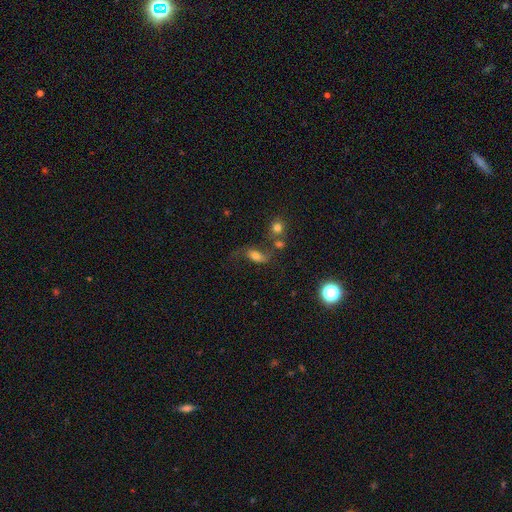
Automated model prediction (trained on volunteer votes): smooth-or-featured: smooth: 53% | featured or disk: 33% | star or artifact: 14%
  how-rounded: in between: 79% | round: 12% | cigar-shaped: 8%
  merging: none: 39% | major disturbance: 24% | minor disturbance: 19% | merger: 17%